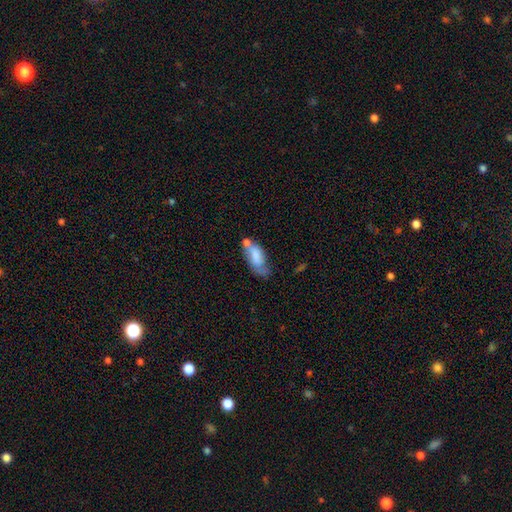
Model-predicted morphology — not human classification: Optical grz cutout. It shows a smooth galaxy with no disk features (62%) that is in between round and cigar-shaped (82%). Merging: none (33%).